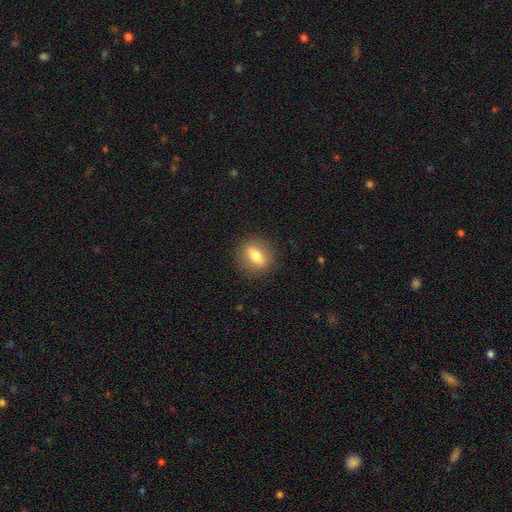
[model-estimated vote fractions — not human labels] smooth 68%, featured or disk 24%, star or artifact 8%. Down the decision tree: how rounded — in between (54%); merging — none (87%).